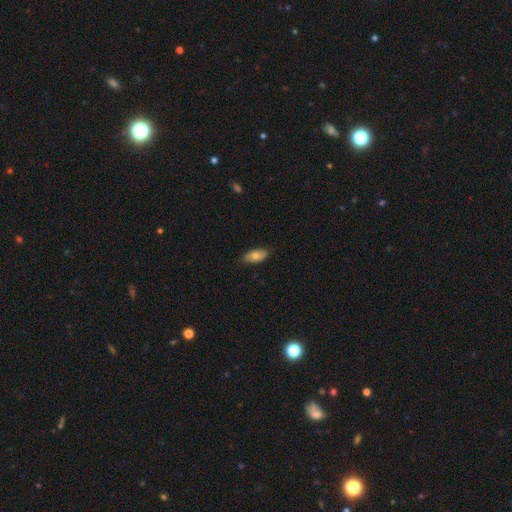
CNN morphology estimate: A smooth galaxy with no disk features (74%) that is in between round and cigar-shaped (90%).

Vote fractions:
- Smooth or featured? smooth: 74% / featured or disk: 19% / star or artifact: 7%
- How rounded? in between: 90% / cigar-shaped: 6% / round: 3%
- Merging? none: 84% / minor disturbance: 13% / major disturbance: 2% / merger: 1%